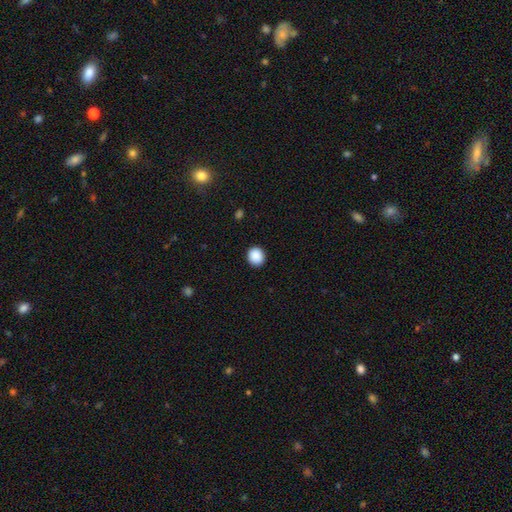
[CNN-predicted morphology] The model was most divided on "how rounded": round: 83%, in between: 16%, cigar-shaped: 1%. More confident: merging — none (91%); smooth or featured — smooth (90%).